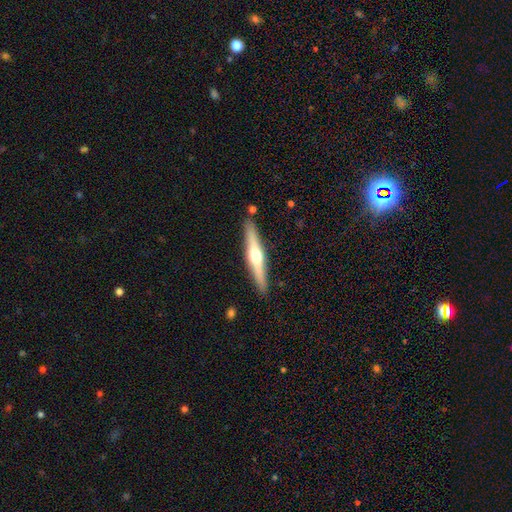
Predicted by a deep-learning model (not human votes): Morphology: type=featured or disk (64%); edge-on=yes (97%); edge-on bulge=rounded (91%); merging=none (89%).